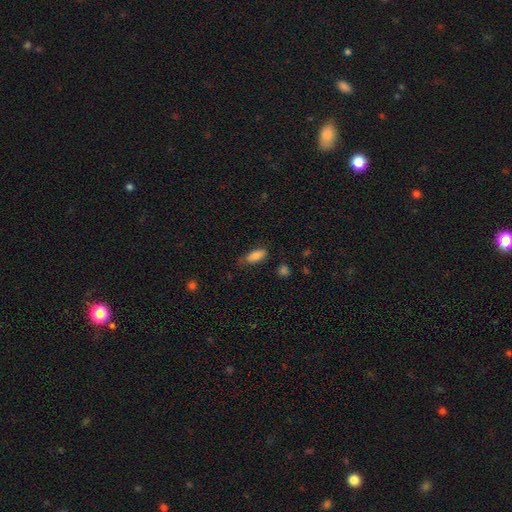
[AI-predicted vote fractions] smooth_or_featured: smooth (p=0.80) [alt: featured or disk p=0.12]
how_rounded: in between (p=0.85) [alt: cigar-shaped p=0.12]
merging: none (p=0.65) [alt: minor disturbance p=0.27]